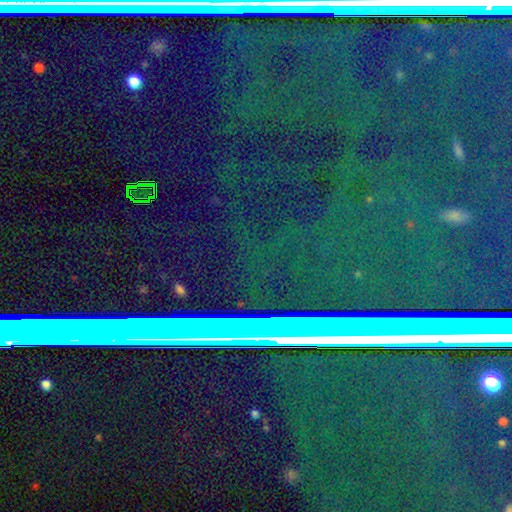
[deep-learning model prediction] Smooth or featured? star or artifact (81%)